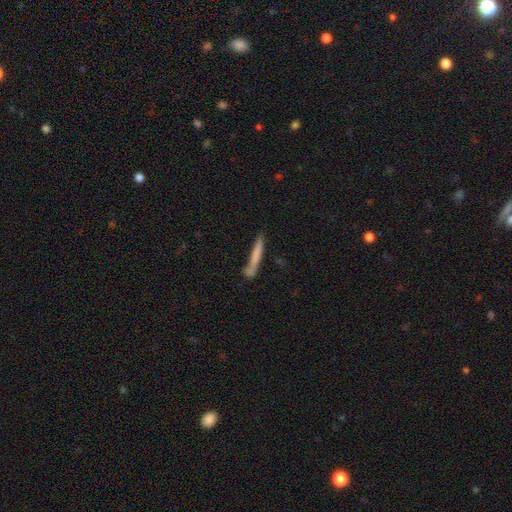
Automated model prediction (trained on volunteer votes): smooth_or_featured: smooth (p=0.69) [alt: featured or disk p=0.24]
how_rounded: cigar-shaped (p=0.96) [alt: in between p=0.03]
merging: none (p=0.71) [alt: minor disturbance p=0.16]